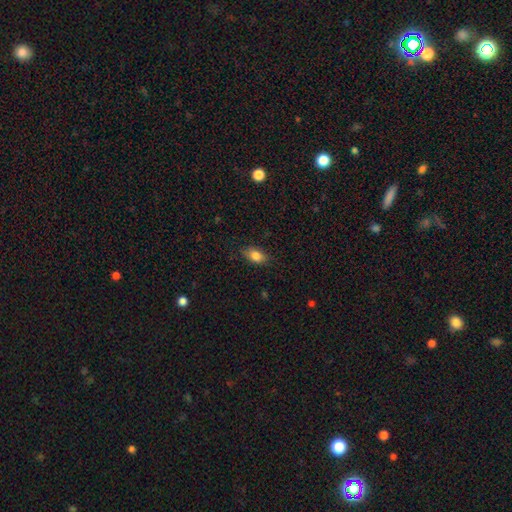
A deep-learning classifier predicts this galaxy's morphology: smooth-or-featured: smooth: 82% | featured or disk: 10% | star or artifact: 9%
  how-rounded: in between: 85% | round: 11% | cigar-shaped: 4%
  merging: none: 84% | minor disturbance: 13% | major disturbance: 3% | merger: 1%